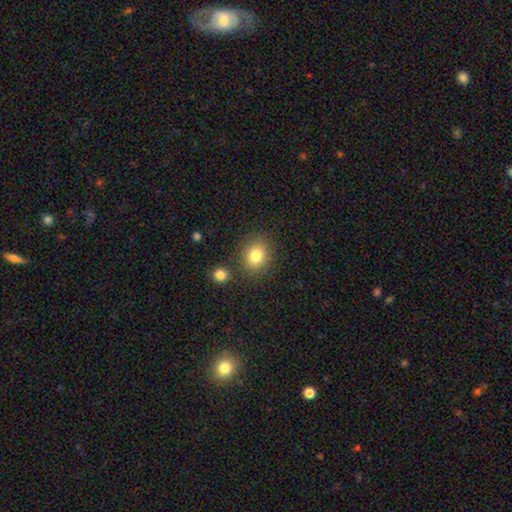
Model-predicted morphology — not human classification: smooth-or-featured: smooth: 81% | star or artifact: 11% | featured or disk: 8%
  how-rounded: round: 64% | in between: 35% | cigar-shaped: 1%
  merging: none: 81% | minor disturbance: 10% | merger: 6% | major disturbance: 3%